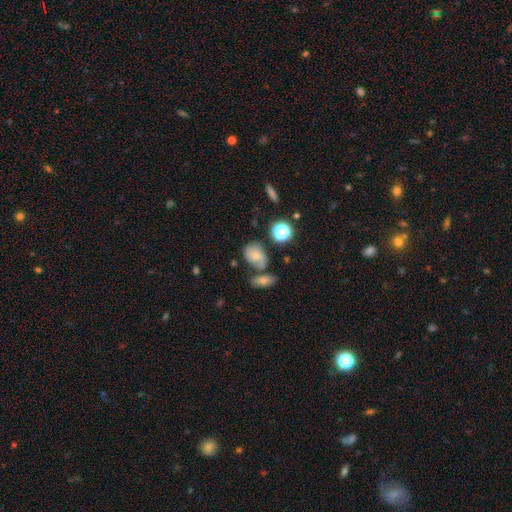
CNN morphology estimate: Overall: smooth (64%). How rounded: in between (63%; round 36%). Merging: none (47%; merger 26%).